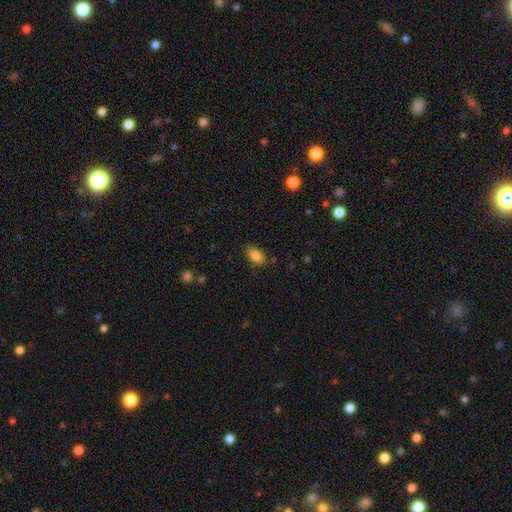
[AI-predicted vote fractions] The model was most divided on "merging": none: 84%, minor disturbance: 12%, major disturbance: 3%, merger: 2%. More confident: how rounded — in between (90%); smooth or featured — smooth (83%).